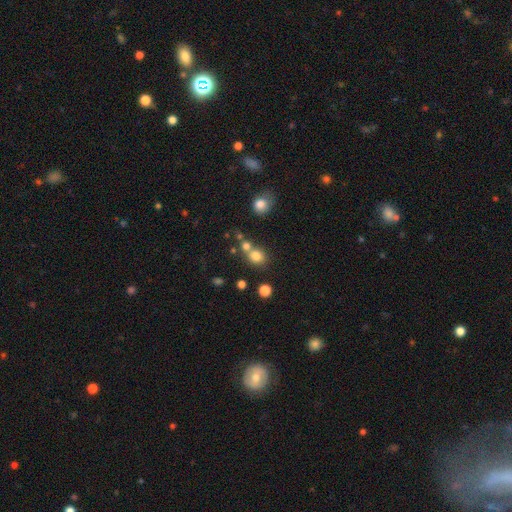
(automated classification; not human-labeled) smooth-or-featured: smooth: 78% | star or artifact: 14% | featured or disk: 8%
  how-rounded: round: 75% | in between: 24% | cigar-shaped: 1%
  merging: none: 54% | merger: 32% | minor disturbance: 10% | major disturbance: 4%